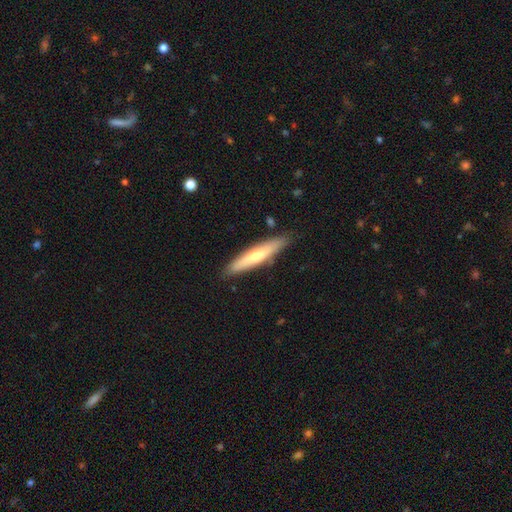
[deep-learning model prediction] This is possibly a smooth galaxy (56%). How rounded: clearly cigar-shaped (86%). Merging: clearly none (86%).